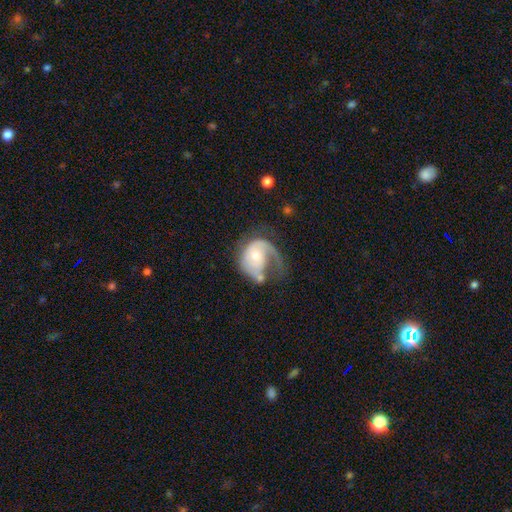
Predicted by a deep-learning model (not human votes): Smooth or featured: featured or disk — 64% (smooth — 30%)
Edge-on disk: no — 97% (yes — 3%)
Bar: no — 73% (weak — 23%)
Spiral arms: yes — 77% (no — 23%)
Bulge size: moderate — 48% (small — 43%)
Merging: major disturbance — 51% (none — 22%)